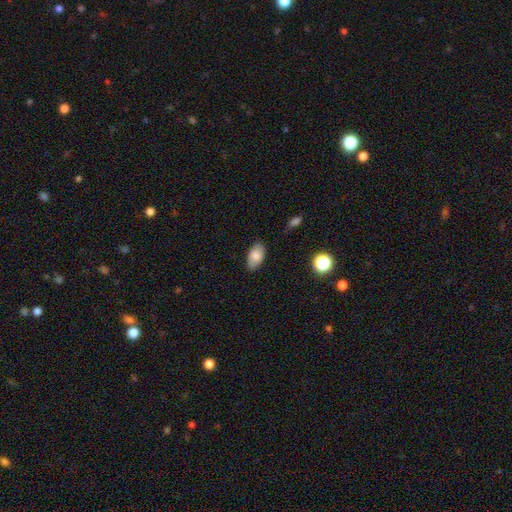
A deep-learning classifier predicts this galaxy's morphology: The model was most divided on "merging": none: 79%, minor disturbance: 17%, major disturbance: 3%, merger: 1%. More confident: how rounded — in between (93%); smooth or featured — smooth (77%).